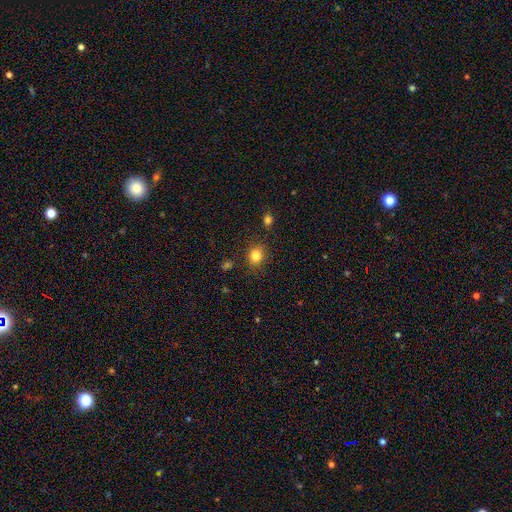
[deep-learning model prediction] Smooth or featured? smooth (83%)
How rounded? round (78%)
Merging? none (85%)